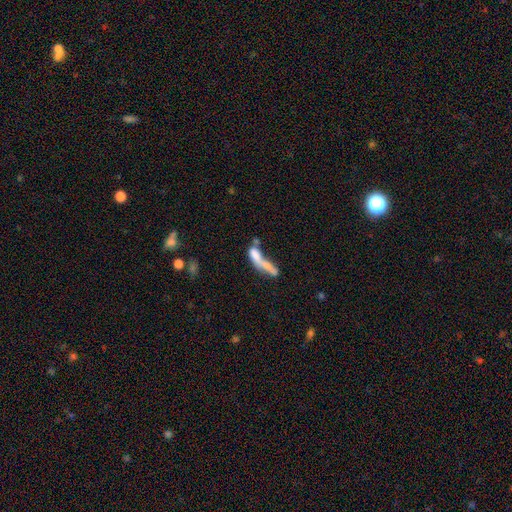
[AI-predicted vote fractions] Smooth or featured?
  - smooth: 56% *
  - featured or disk: 33%
  - star or artifact: 11%
How rounded?
  - cigar-shaped: 61% *
  - in between: 34%
  - round: 5%
Merging?
  - merger: 54% *
  - major disturbance: 18%
  - none: 16%
  - minor disturbance: 11%